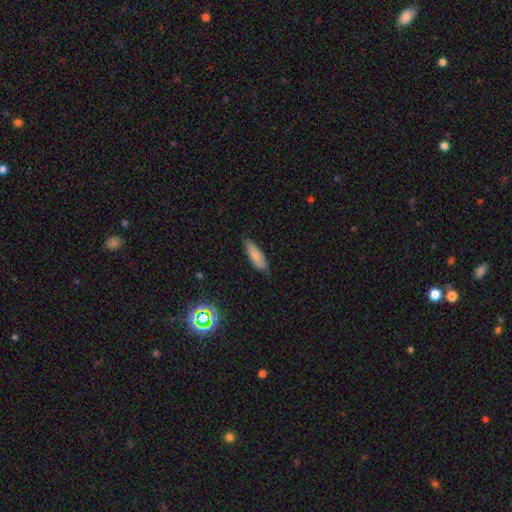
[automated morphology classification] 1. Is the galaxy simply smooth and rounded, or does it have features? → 80% smooth, 12% featured or disk, 8% star or artifact.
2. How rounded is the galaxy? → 60% in between, 38% cigar-shaped, 2% round.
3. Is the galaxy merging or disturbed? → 71% none, 24% minor disturbance, 4% major disturbance, 1% merger.